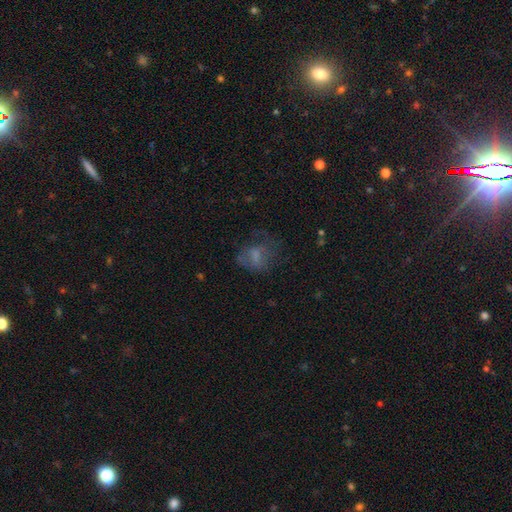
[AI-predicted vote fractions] Overall: smooth (51%; featured or disk 35%). How rounded: in between (55%; round 43%). Merging: none (40%; major disturbance 36%).